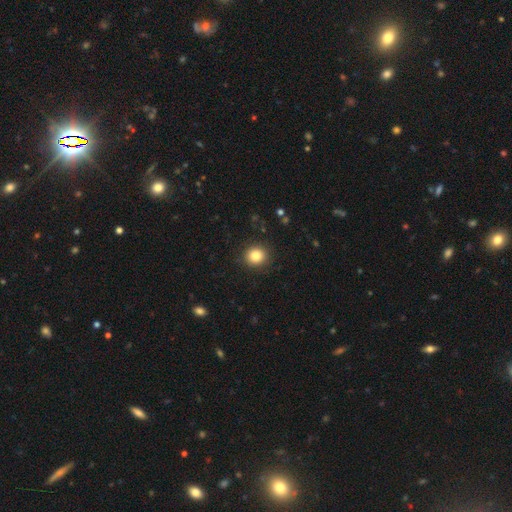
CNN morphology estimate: This appears to be a smooth galaxy with no disk features (83%) that is round (88%). Merging: none (90%).